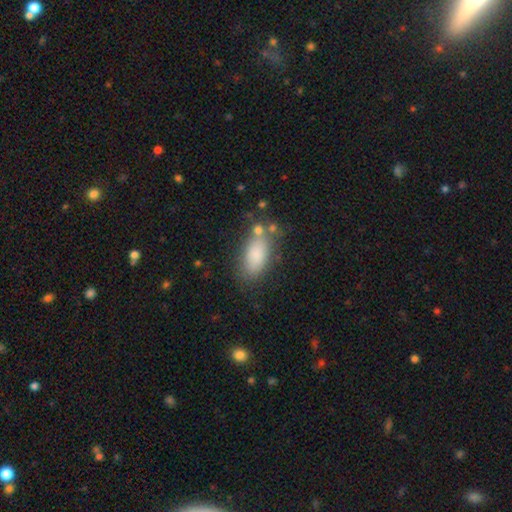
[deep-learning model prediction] The model was most divided on "merging": none: 65%, minor disturbance: 18%, merger: 10%, major disturbance: 7%. More confident: how rounded — in between (87%); smooth or featured — smooth (82%).